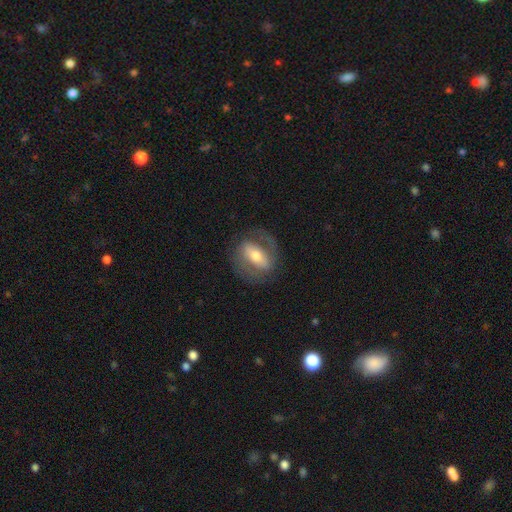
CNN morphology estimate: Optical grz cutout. It shows a featured or disk galaxy (68%) with a strong bar (53%), spiral arms (69%) and a moderate central bulge (64%). Merging: none (74%).